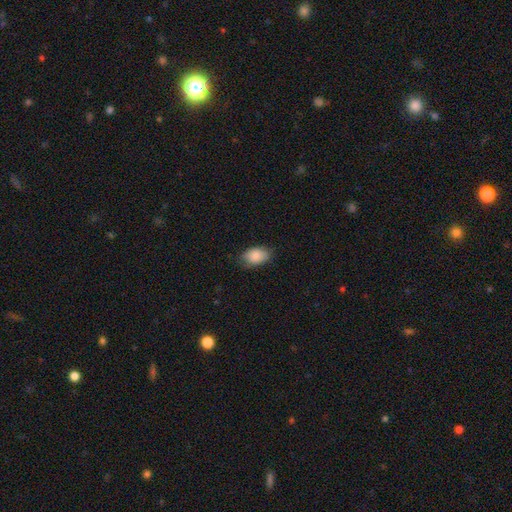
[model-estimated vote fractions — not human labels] Morphology: type=smooth (87%); roundness=in between (88%); merging=none (74%).